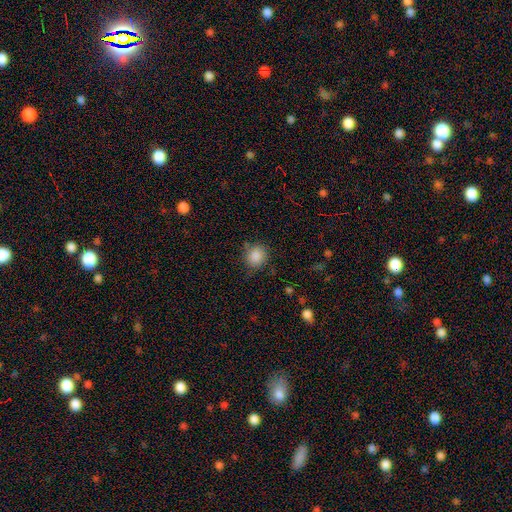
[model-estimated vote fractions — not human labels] Morphology: type=smooth (86%); roundness=round (78%); merging=none (73%).